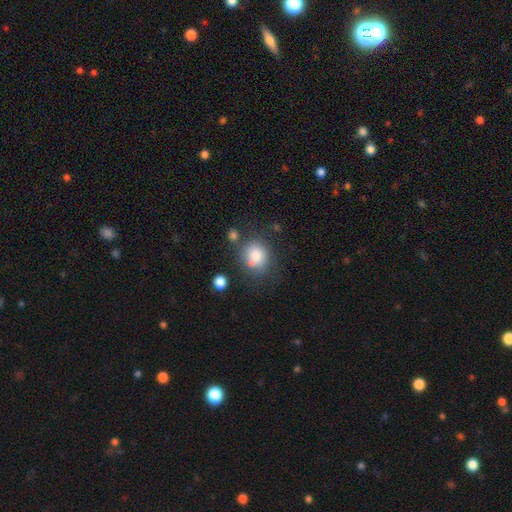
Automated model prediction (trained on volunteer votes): Smooth or featured: smooth — 79% (featured or disk — 11%)
How rounded: round — 68% (in between — 31%)
Merging: none — 56% (minor disturbance — 20%)